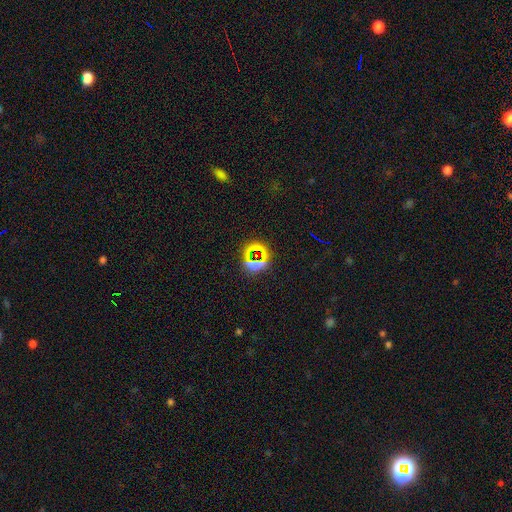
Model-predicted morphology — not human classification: A star or artifact, not a galaxy (62%).